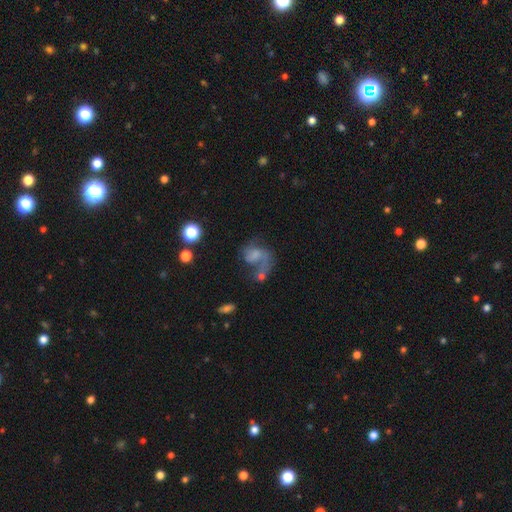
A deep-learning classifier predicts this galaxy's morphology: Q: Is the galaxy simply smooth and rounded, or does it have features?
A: featured or disk — 61%.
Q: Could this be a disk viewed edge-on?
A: no — 98%.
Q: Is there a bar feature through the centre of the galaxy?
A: no — 59%.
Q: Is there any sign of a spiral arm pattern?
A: yes — 80%.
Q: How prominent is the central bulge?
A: none — 43%.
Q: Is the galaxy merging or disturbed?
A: major disturbance — 38%.